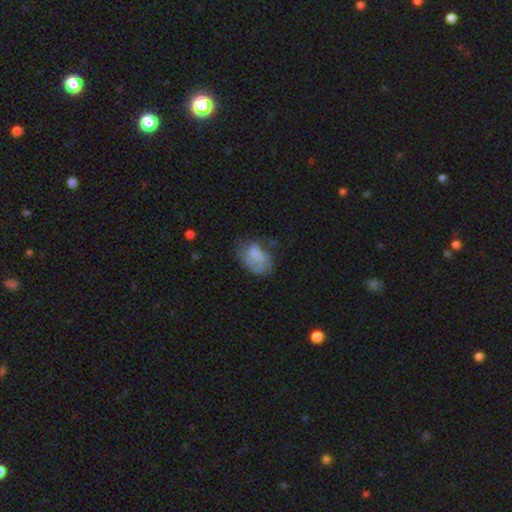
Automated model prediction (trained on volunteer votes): smooth_or_featured: smooth (p=0.53) [alt: featured or disk p=0.38]
how_rounded: in between (p=0.80) [alt: round p=0.19]
merging: none (p=0.42) [alt: minor disturbance p=0.29]